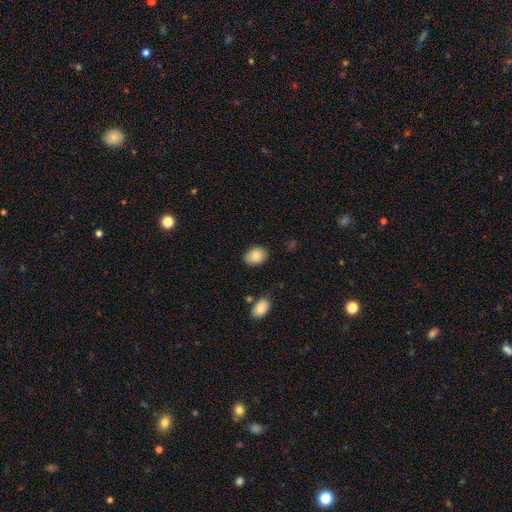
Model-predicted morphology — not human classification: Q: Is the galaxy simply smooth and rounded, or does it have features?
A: smooth — 85%.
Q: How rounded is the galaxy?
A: in between — 67%.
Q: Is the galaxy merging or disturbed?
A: none — 83%.